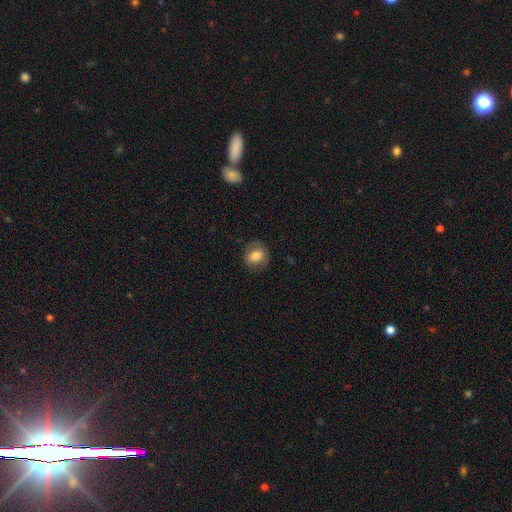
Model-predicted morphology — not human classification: smooth 72%, featured or disk 20%, star or artifact 8%. Down the decision tree: how rounded — round (61%); merging — none (78%).